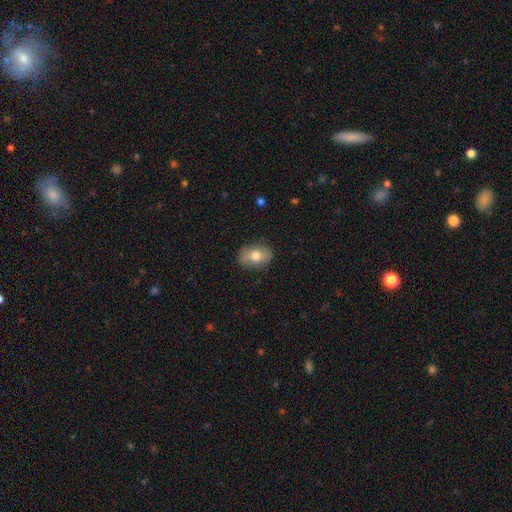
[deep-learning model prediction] A smooth galaxy with no disk features (70%) that is in between round and cigar-shaped (79%). Merging: none (82%).